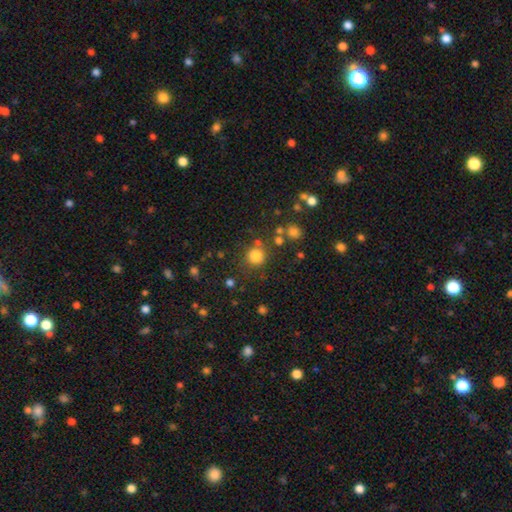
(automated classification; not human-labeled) A smooth galaxy with no disk features (80%) that is round (90%).

Vote fractions:
- Smooth or featured? smooth: 80% / star or artifact: 14% / featured or disk: 6%
- How rounded? round: 90% / in between: 9% / cigar-shaped: 1%
- Merging? none: 75% / minor disturbance: 10% / merger: 9% / major disturbance: 5%